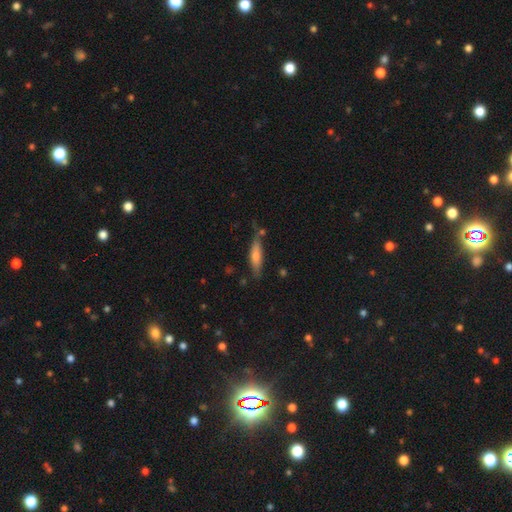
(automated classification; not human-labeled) A smooth galaxy with no disk features (50%). Merging: none (72%).